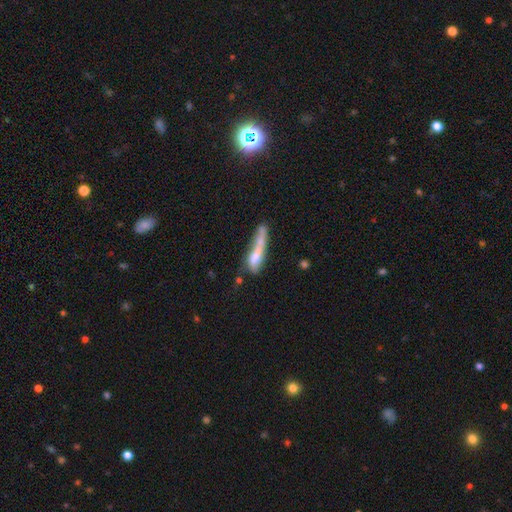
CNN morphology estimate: Smooth or featured? smooth (53%)
How rounded? cigar-shaped (81%)
Merging? merger (32%)